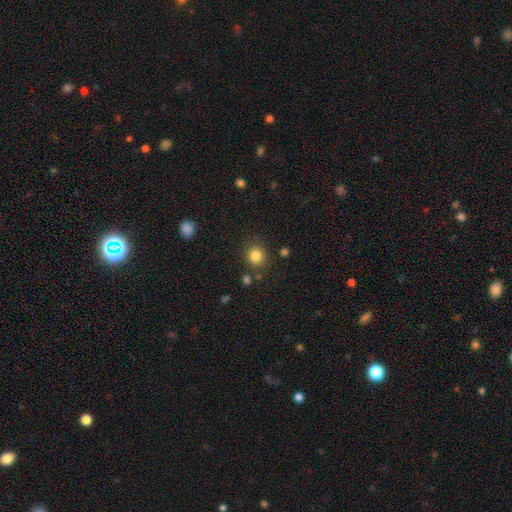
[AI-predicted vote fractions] Smooth or featured? smooth (83%)
How rounded? round (86%)
Merging? none (84%)